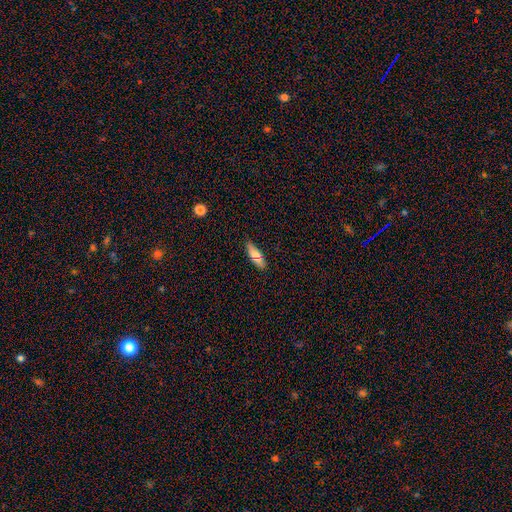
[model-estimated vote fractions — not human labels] This is likely a smooth galaxy (73%). How rounded: possibly cigar-shaped (51%). Merging: clearly none (84%).